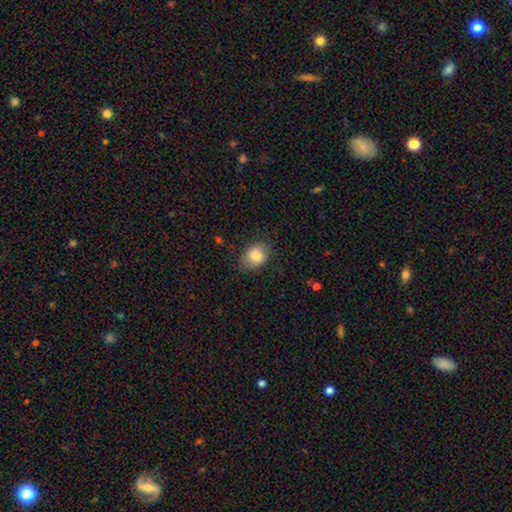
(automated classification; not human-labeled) Smooth or featured? smooth (81%)
How rounded? in between (59%)
Merging? none (75%)